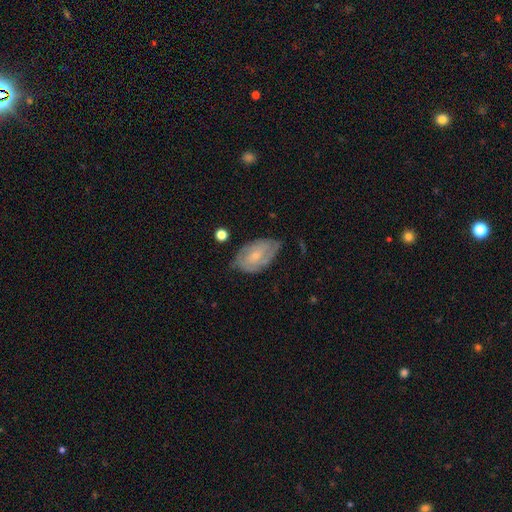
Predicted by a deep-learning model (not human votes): smooth-or-featured: featured or disk: 62% | smooth: 32% | star or artifact: 7%
  disk-edge-on: no: 95% | yes: 5%
    bar: no: 61% | weak: 33% | strong: 6%
    has-spiral-arms: yes: 80% | no: 20%
    bulge-size: small: 66% | moderate: 26% | none: 6% | large: 1% | dominant: 1%
  merging: none: 59% | minor disturbance: 29% | major disturbance: 9% | merger: 2%